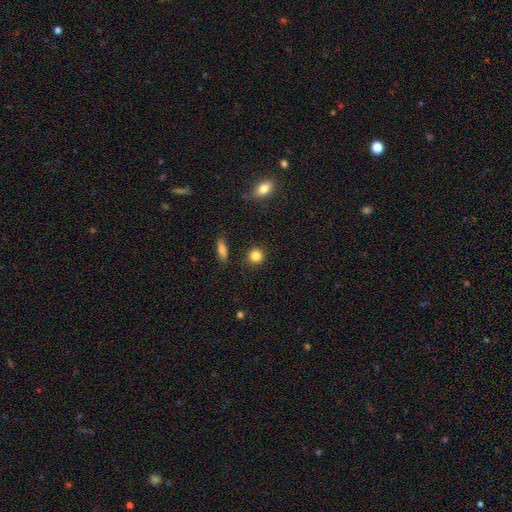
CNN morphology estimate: A smooth galaxy with no disk features (85%) that is round (90%). Merging: none (89%).